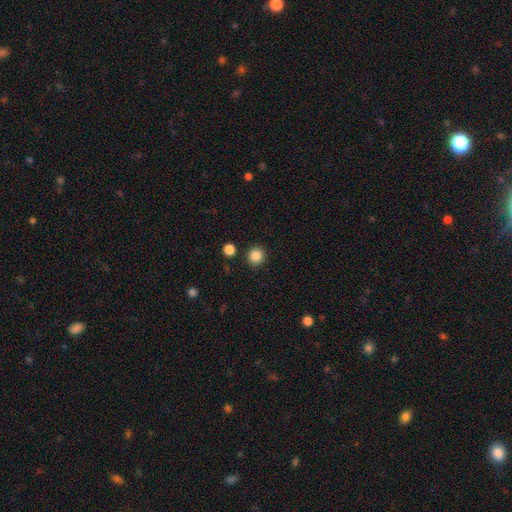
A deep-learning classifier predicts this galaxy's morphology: Overall: smooth (86%). How rounded: round (93%). Merging: none (90%).